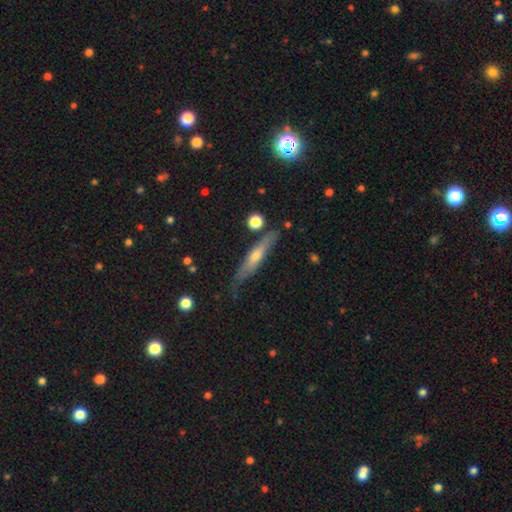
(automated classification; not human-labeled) Smooth or featured?
  - featured or disk: 55% *
  - smooth: 38%
  - star or artifact: 6%
Edge-on disk?
  - yes: 86% *
  - no: 14%
Merging?
  - none: 71% *
  - minor disturbance: 21%
  - major disturbance: 5%
  - merger: 4%